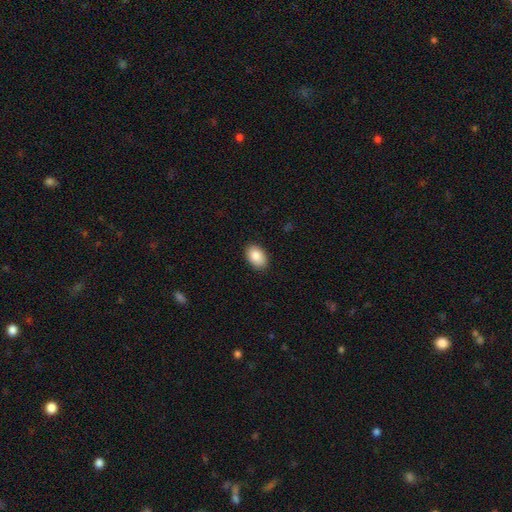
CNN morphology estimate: Overall: smooth (87%). How rounded: in between (89%). Merging: none (89%).